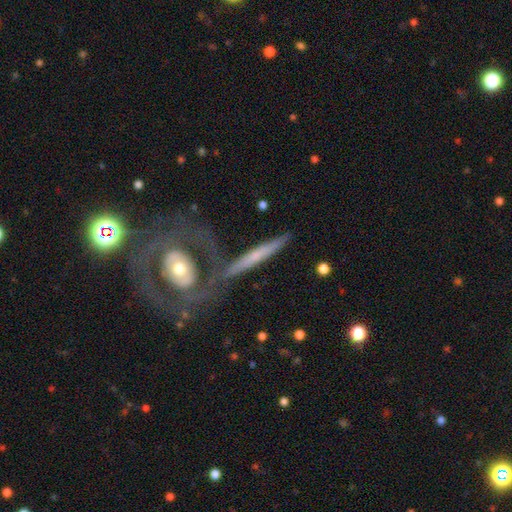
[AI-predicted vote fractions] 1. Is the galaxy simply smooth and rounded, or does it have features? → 56% featured or disk, 38% smooth, 6% star or artifact.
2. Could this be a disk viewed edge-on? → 75% yes, 25% no.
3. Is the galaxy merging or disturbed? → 73% none, 13% minor disturbance, 9% merger, 5% major disturbance.